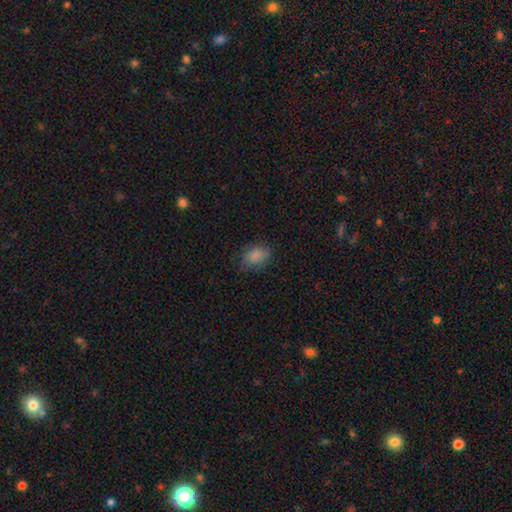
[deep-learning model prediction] smooth 84%, star or artifact 9%, featured or disk 7%. Down the decision tree: how rounded — in between (79%); merging — none (73%).